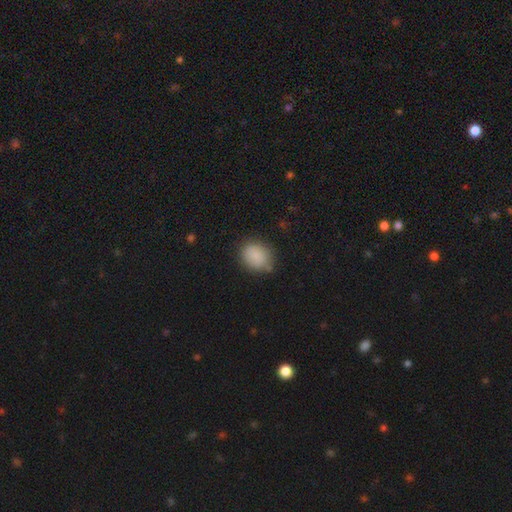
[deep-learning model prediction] Smooth or featured? smooth (86%)
How rounded? round (59%)
Merging? none (74%)